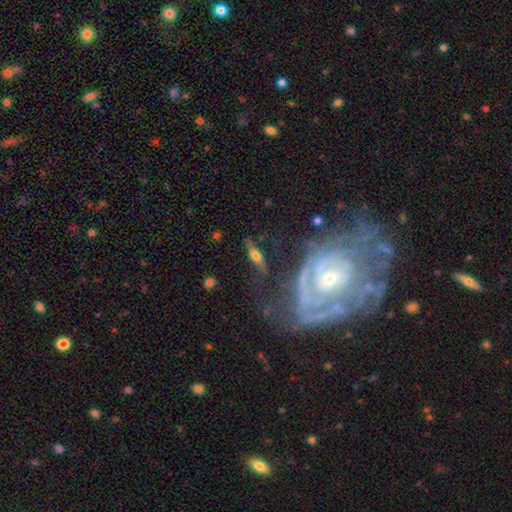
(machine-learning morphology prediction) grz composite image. It shows a featured or disk galaxy (61%) viewed edge-on (63%). Merging: none (67%).